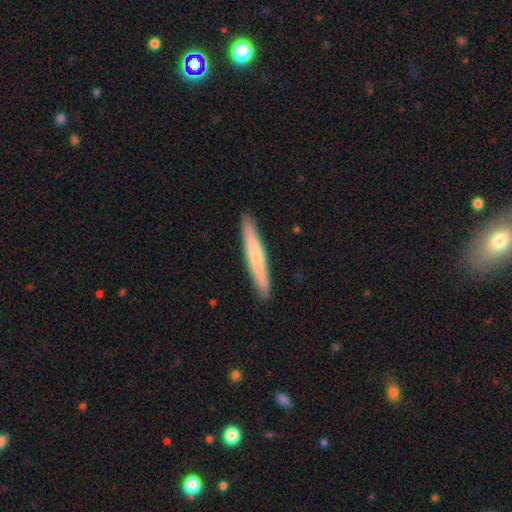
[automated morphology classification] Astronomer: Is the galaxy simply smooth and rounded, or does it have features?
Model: smooth — 63%.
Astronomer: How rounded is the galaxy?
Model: cigar-shaped — 95%.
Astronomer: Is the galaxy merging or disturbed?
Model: none — 92%.